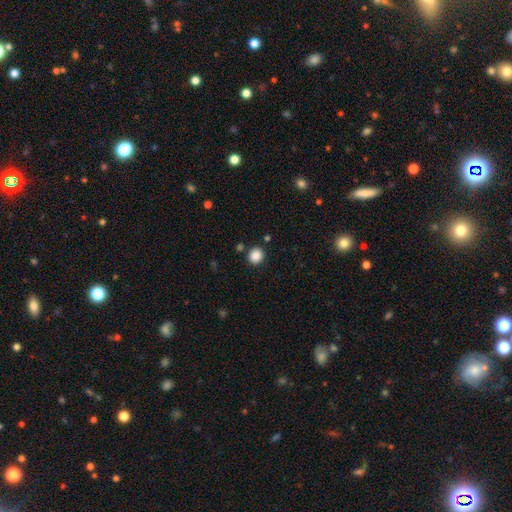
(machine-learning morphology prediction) Smooth or featured? Predicted: smooth (p=0.87). How rounded? Predicted: round (p=0.82). Merging? Predicted: none (p=0.87).